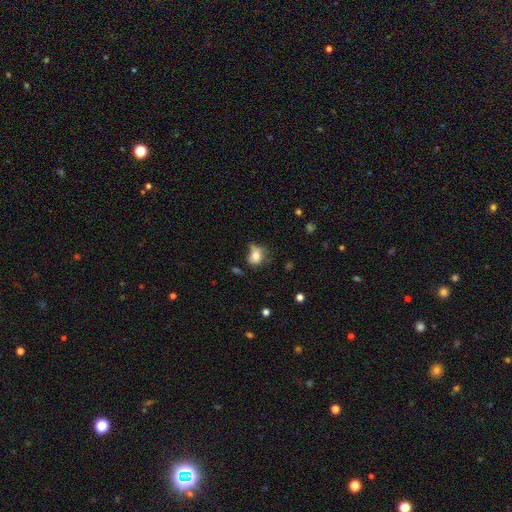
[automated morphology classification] Smooth or featured?
  - smooth: 74% *
  - featured or disk: 15%
  - star or artifact: 11%
How rounded?
  - in between: 55% *
  - round: 43%
  - cigar-shaped: 1%
Merging?
  - none: 37% *
  - minor disturbance: 34%
  - major disturbance: 22%
  - merger: 7%